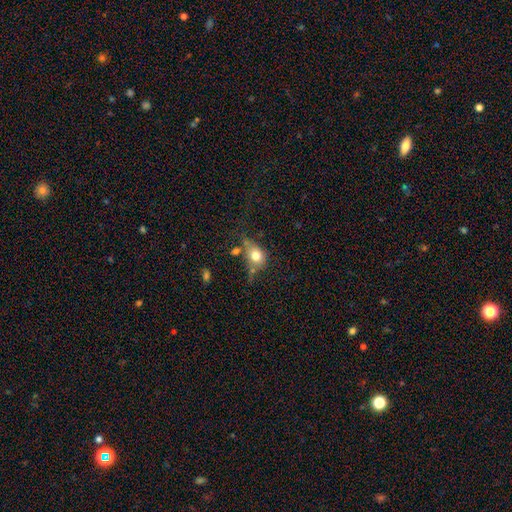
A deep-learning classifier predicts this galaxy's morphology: Smooth or featured?
  - smooth: 74% *
  - featured or disk: 15%
  - star or artifact: 10%
How rounded?
  - round: 52% *
  - in between: 46%
  - cigar-shaped: 2%
Merging?
  - none: 40% *
  - minor disturbance: 26%
  - merger: 18%
  - major disturbance: 16%